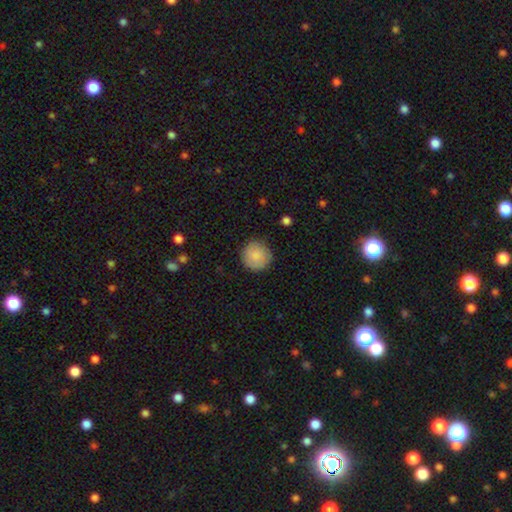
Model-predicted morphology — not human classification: Q: Smooth or featured?
A: smooth (84%); runner-up: featured or disk (10%)
Q: How rounded?
A: round (94%); runner-up: in between (5%)
Q: Merging?
A: none (85%); runner-up: minor disturbance (11%)